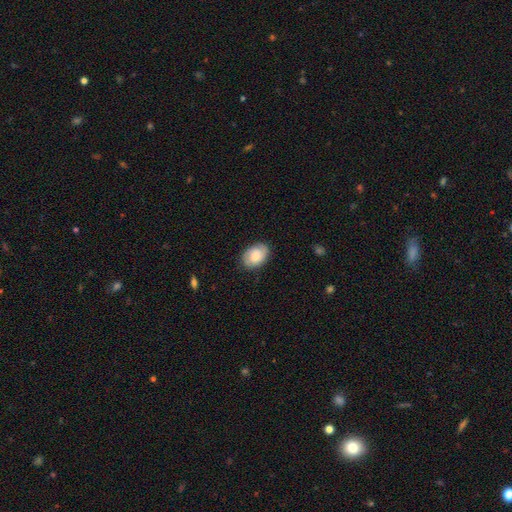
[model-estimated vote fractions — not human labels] smooth-or-featured: smooth: 67% | featured or disk: 26% | star or artifact: 7%
  how-rounded: in between: 81% | round: 18% | cigar-shaped: 1%
  merging: none: 80% | minor disturbance: 15% | major disturbance: 3% | merger: 1%